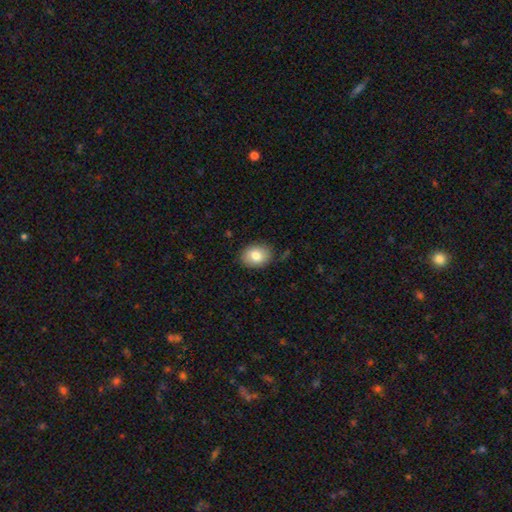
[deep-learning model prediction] Smooth or featured?
  - smooth: 82% *
  - featured or disk: 11%
  - star or artifact: 8%
How rounded?
  - in between: 63% *
  - round: 36%
  - cigar-shaped: 1%
Merging?
  - none: 83% *
  - minor disturbance: 13%
  - major disturbance: 3%
  - merger: 1%